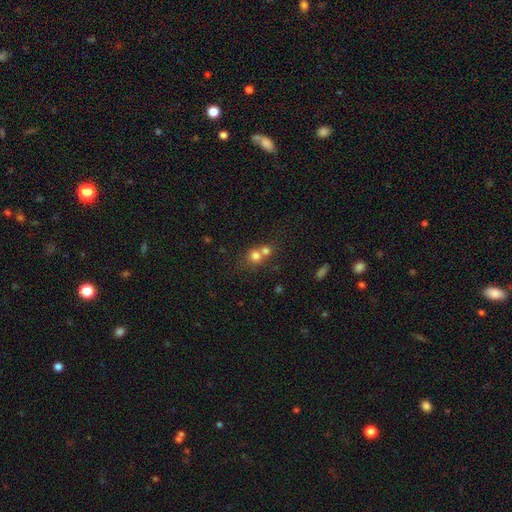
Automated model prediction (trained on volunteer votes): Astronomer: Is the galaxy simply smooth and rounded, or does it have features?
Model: smooth — 74%.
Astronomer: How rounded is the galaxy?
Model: round — 82%.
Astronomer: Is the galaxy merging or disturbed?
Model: merger — 62%.